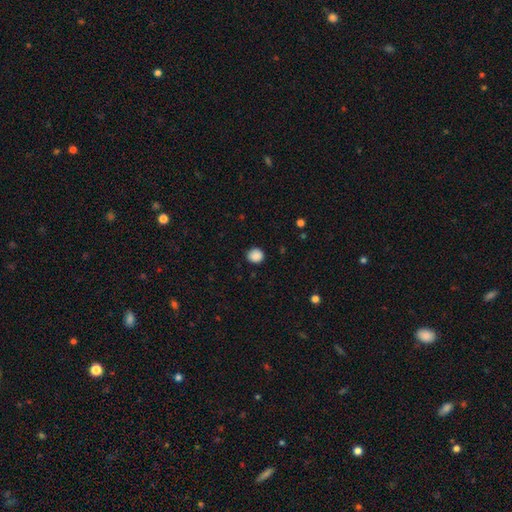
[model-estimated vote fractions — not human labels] This is clearly a smooth galaxy (88%). How rounded: clearly round (84%). Merging: clearly none (89%).